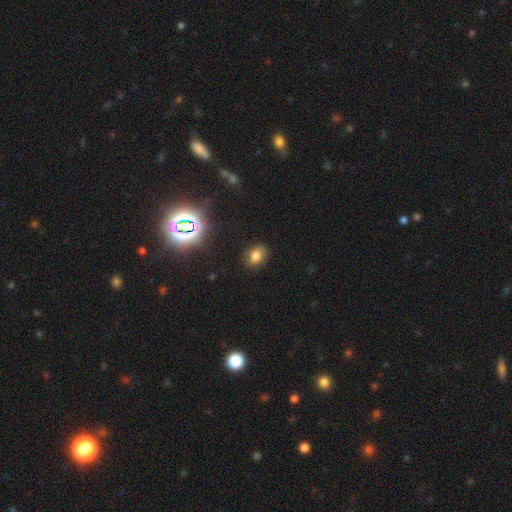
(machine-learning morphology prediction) Q: Smooth or featured?
A: smooth (75%); runner-up: star or artifact (17%)
Q: How rounded?
A: in between (59%); runner-up: round (40%)
Q: Merging?
A: none (84%); runner-up: minor disturbance (12%)